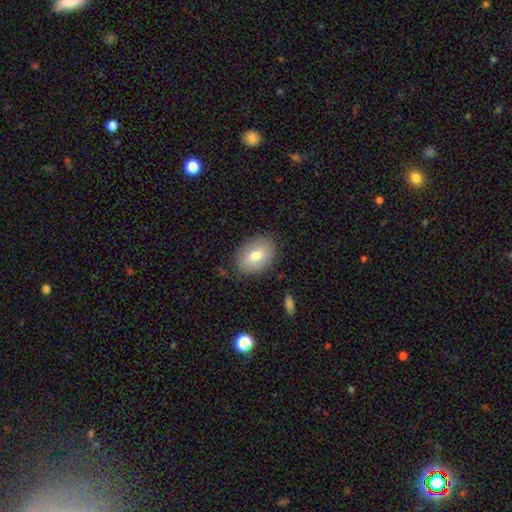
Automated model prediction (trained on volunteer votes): Smooth or featured: smooth — 77% (featured or disk — 16%)
How rounded: in between — 77% (round — 22%)
Merging: none — 84% (minor disturbance — 12%)